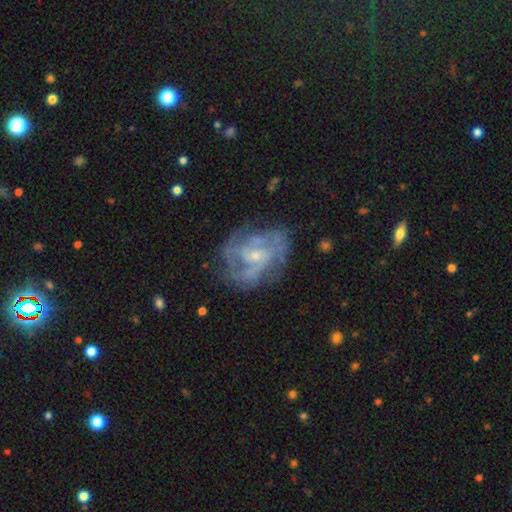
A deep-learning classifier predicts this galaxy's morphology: Overall: featured or disk (84%). Edge-on disk: no (97%). Bar: no (49%; weak 41%). Spiral arms: yes (88%). Spiral arm count: 2 (32%; can't tell 29%). Spiral winding: medium (46%; tight 39%). Bulge size: small (68%). Merging: none (64%).